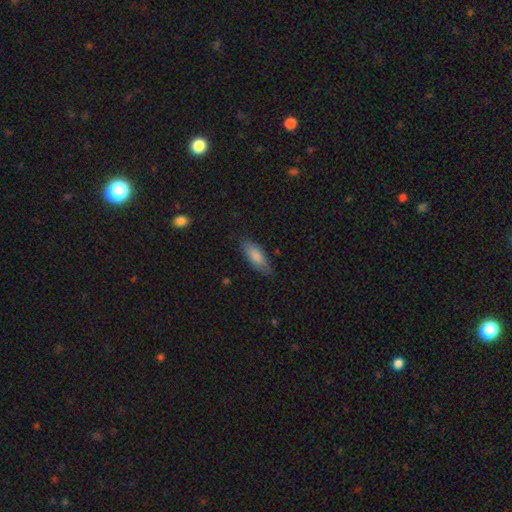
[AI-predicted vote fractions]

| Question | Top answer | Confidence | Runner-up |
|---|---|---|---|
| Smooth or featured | smooth | 84% | featured or disk (11%) |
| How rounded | in between | 74% | cigar-shaped (25%) |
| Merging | none | 78% | minor disturbance (17%) |